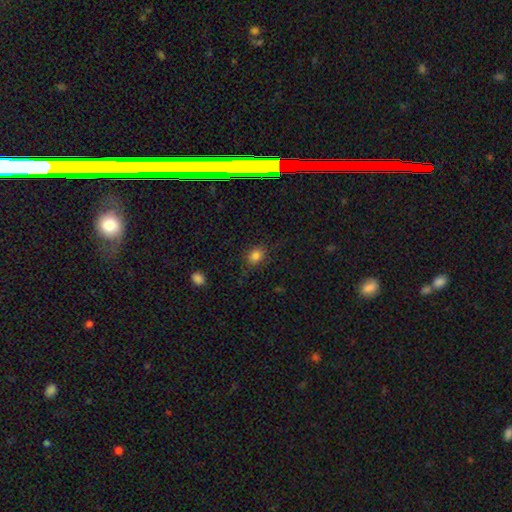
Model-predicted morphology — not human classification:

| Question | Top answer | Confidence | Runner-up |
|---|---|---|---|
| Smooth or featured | smooth | 81% | star or artifact (13%) |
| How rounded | in between | 57% | round (42%) |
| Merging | none | 79% | minor disturbance (15%) |